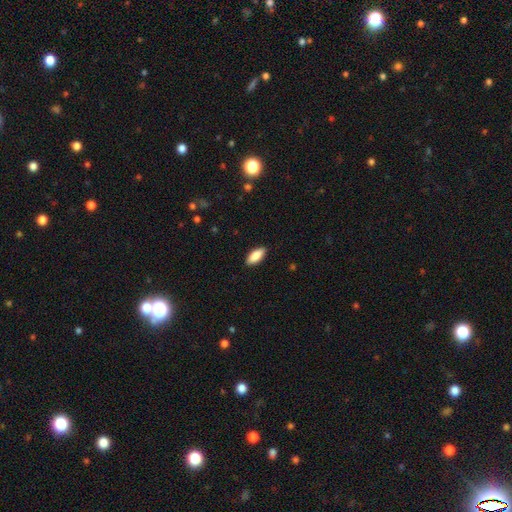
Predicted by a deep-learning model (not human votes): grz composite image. It shows a smooth galaxy with no disk features (87%) that is in between round and cigar-shaped (83%). Merging: none (90%).